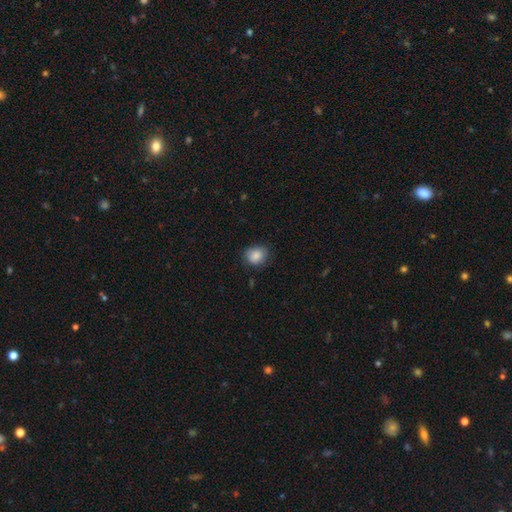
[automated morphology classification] smooth-or-featured: smooth: 86% | star or artifact: 8% | featured or disk: 6%
  how-rounded: round: 64% | in between: 35% | cigar-shaped: 1%
  merging: none: 74% | minor disturbance: 20% | major disturbance: 4% | merger: 1%